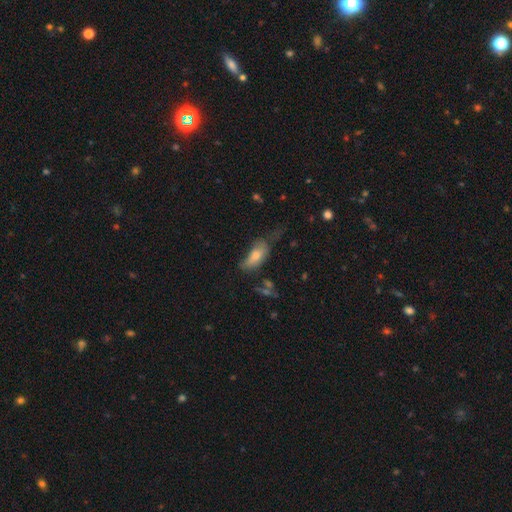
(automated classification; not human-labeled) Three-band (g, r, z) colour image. It shows a smooth galaxy with no disk features (73%) that is in between round and cigar-shaped (85%). Merging: minor disturbance (33%).